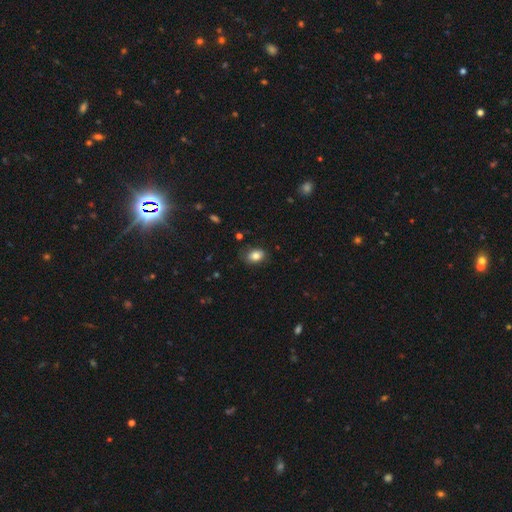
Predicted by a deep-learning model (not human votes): Q: Smooth or featured?
A: smooth (83%); runner-up: star or artifact (9%)
Q: How rounded?
A: in between (77%); runner-up: round (21%)
Q: Merging?
A: none (80%); runner-up: minor disturbance (16%)